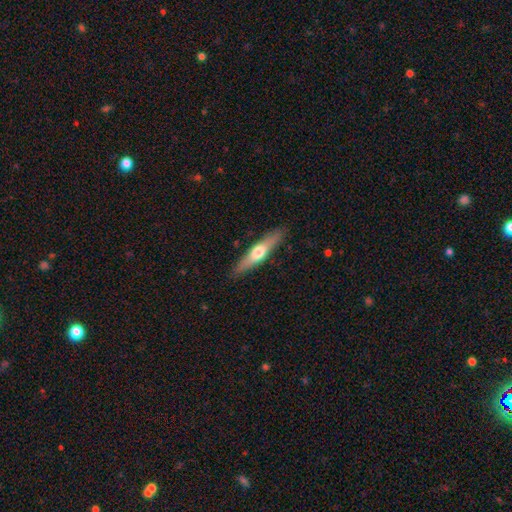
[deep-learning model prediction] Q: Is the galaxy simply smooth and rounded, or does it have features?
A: featured or disk — 54%.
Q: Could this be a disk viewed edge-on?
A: yes — 93%.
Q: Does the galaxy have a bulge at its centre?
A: rounded — 91%.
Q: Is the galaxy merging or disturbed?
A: none — 89%.